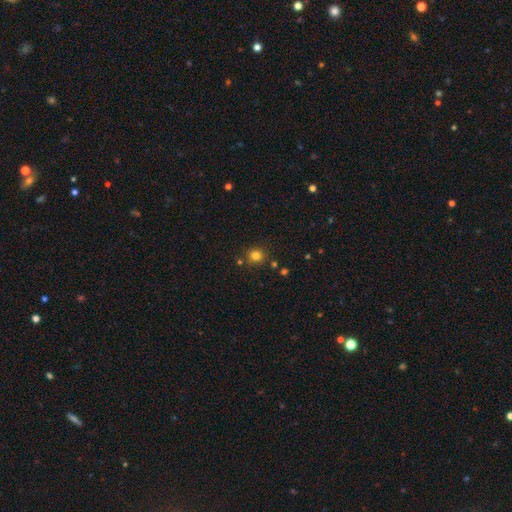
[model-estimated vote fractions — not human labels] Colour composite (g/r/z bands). It shows a smooth galaxy with no disk features (79%) that is round (88%). Merging: none (83%).